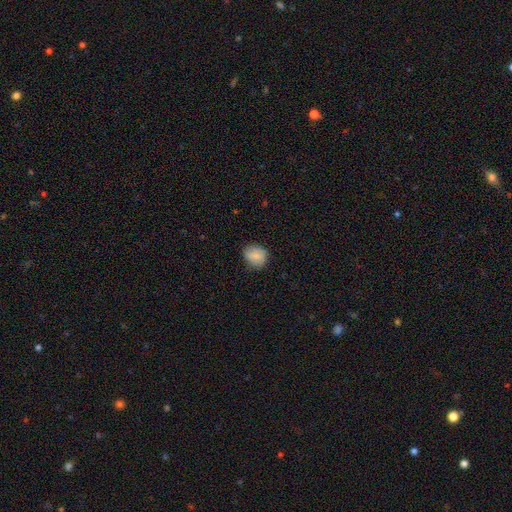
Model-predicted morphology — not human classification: smooth-or-featured: smooth: 78% | featured or disk: 14% | star or artifact: 8%
  how-rounded: round: 74% | in between: 25% | cigar-shaped: 1%
  merging: none: 74% | minor disturbance: 20% | major disturbance: 5% | merger: 1%